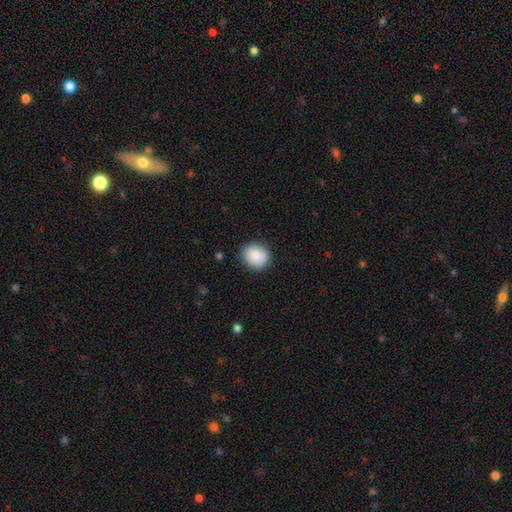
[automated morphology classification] This is clearly a smooth galaxy (85%). How rounded: clearly round (82%). Merging: clearly none (86%).